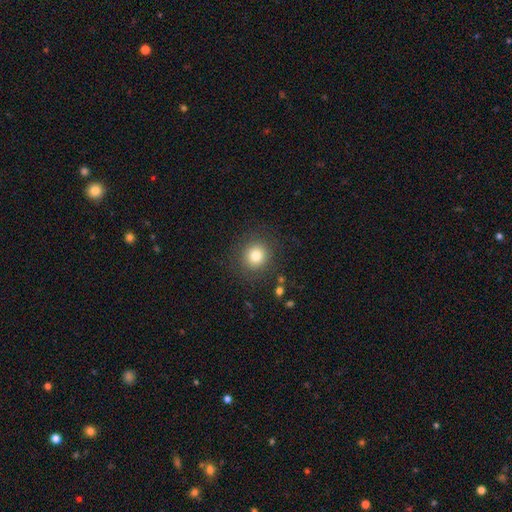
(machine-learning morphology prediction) smooth-or-featured: smooth: 80% | star or artifact: 11% | featured or disk: 8%
  how-rounded: round: 89% | in between: 10% | cigar-shaped: 1%
  merging: none: 87% | minor disturbance: 8% | major disturbance: 4% | merger: 2%